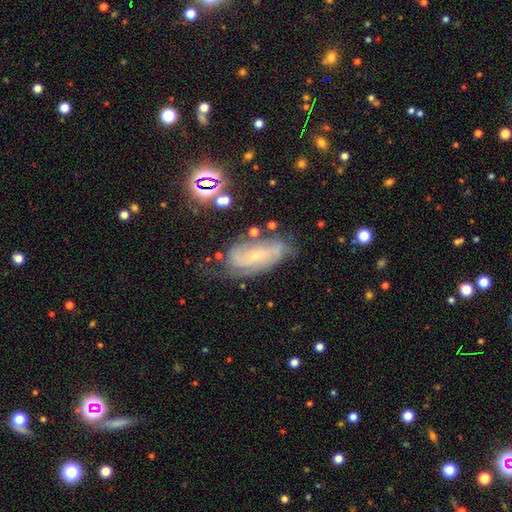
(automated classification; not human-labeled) smooth-or-featured: featured or disk: 71% | smooth: 18% | star or artifact: 11%
  disk-edge-on: no: 92% | yes: 8%
    bar: no: 54% | weak: 34% | strong: 12%
    has-spiral-arms: yes: 90% | no: 10%
      spiral-winding: tight: 44% | medium: 39% | loose: 17%
      spiral-arm-count: 2: 43% | can't tell: 35% | 3: 11% | 1: 5% | 4: 4% | more than 4: 3%
    bulge-size: small: 74% | moderate: 21% | none: 3% | large: 1% | dominant: 1%
  merging: none: 53% | minor disturbance: 29% | major disturbance: 14% | merger: 4%